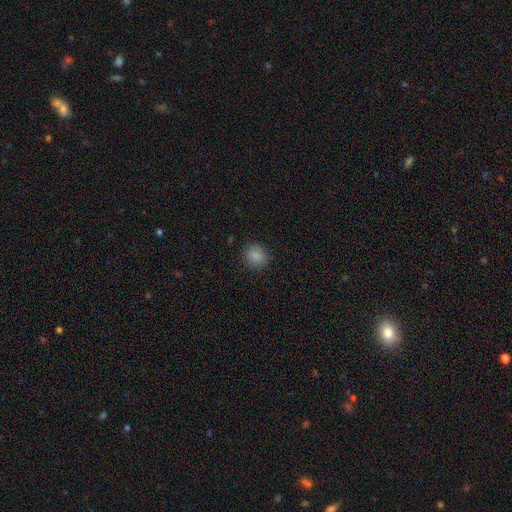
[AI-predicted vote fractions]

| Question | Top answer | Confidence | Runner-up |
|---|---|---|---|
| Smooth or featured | smooth | 87% | star or artifact (10%) |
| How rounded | round | 85% | in between (14%) |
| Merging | none | 89% | minor disturbance (8%) |